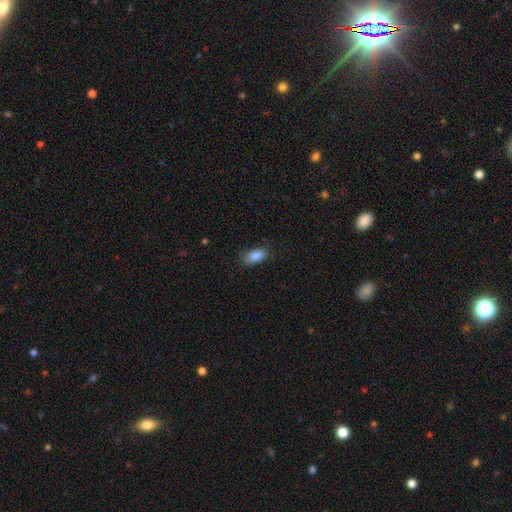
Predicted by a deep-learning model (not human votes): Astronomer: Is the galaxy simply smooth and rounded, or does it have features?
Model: smooth — 88%.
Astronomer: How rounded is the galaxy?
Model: in between — 90%.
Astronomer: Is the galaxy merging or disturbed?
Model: none — 82%.